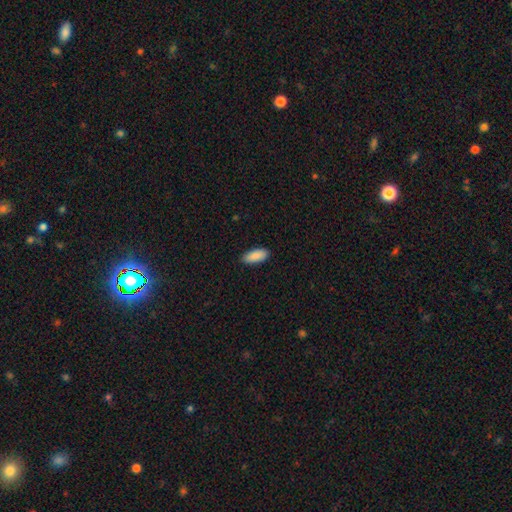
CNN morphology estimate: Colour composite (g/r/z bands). It shows a smooth galaxy with no disk features (90%) that is in between round and cigar-shaped (85%). Merging: none (88%).